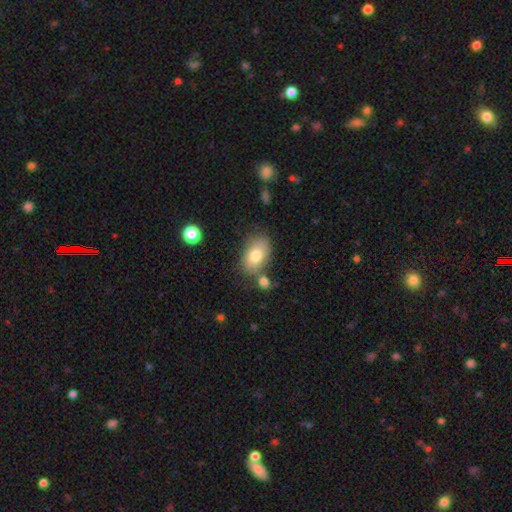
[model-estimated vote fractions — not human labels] Morphology: type=smooth (77%); roundness=in between (87%); merging=none (66%).